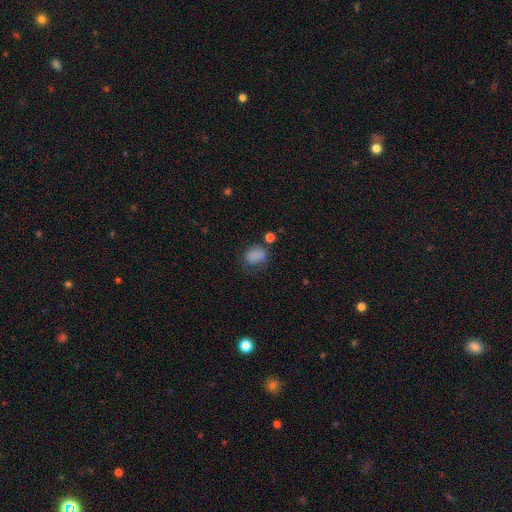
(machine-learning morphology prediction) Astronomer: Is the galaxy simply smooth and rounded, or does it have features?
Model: smooth — 80%.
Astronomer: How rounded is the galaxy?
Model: in between — 62%.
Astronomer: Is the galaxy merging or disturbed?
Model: none — 57%.